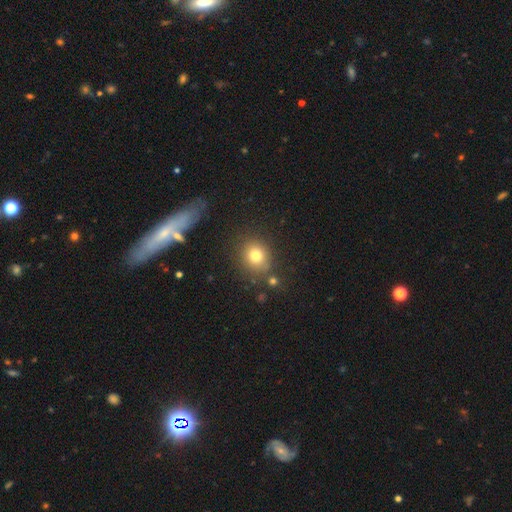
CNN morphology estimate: Smooth or featured? smooth (78%)
How rounded? round (79%)
Merging? none (79%)